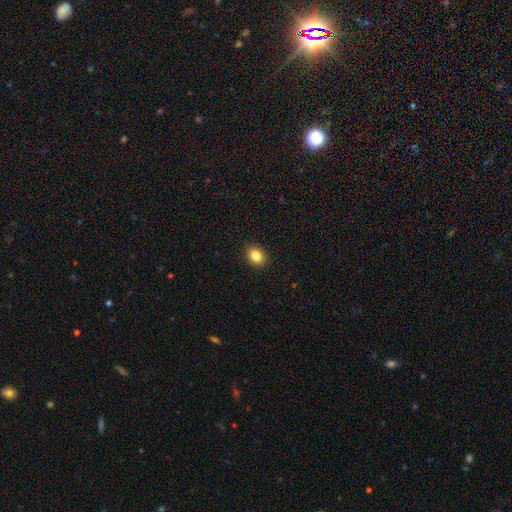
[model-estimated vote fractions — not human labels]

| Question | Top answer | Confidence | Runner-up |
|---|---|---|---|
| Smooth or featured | smooth | 85% | star or artifact (10%) |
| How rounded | in between | 56% | round (43%) |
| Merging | none | 88% | minor disturbance (9%) |